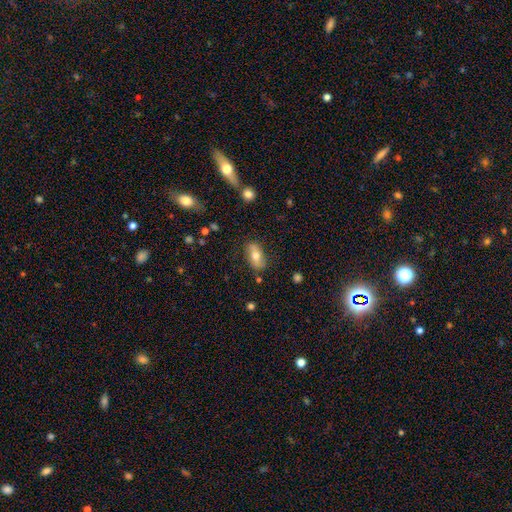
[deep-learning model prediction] Smooth or featured? Predicted: smooth (p=0.62). How rounded? Predicted: in between (p=0.85). Merging? Predicted: none (p=0.80).